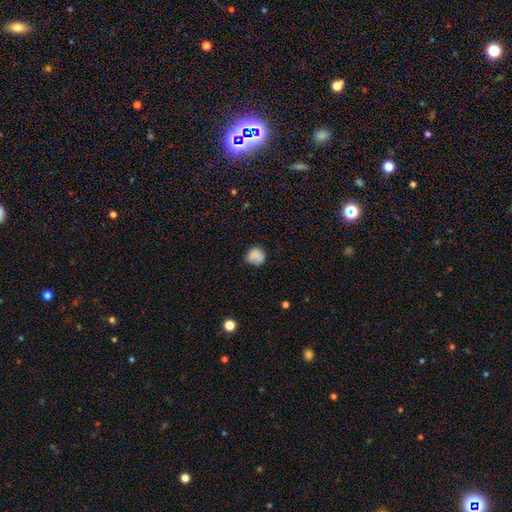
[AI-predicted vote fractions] Morphology: type=smooth (81%); roundness=round (79%); merging=none (64%).